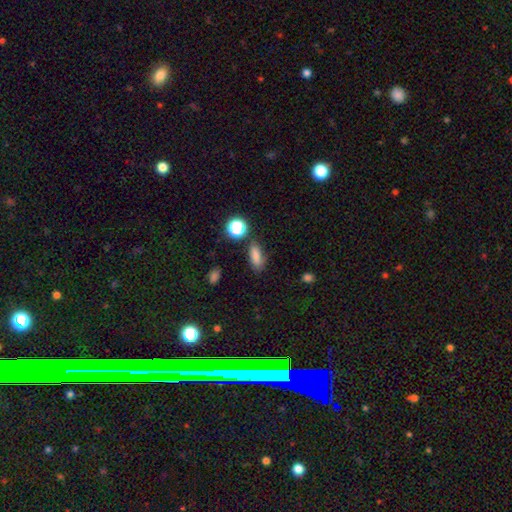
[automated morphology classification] A smooth galaxy with no disk features (81%) that is in between round and cigar-shaped (72%).

Vote fractions:
- Smooth or featured? smooth: 81% / star or artifact: 13% / featured or disk: 6%
- How rounded? in between: 72% / cigar-shaped: 20% / round: 9%
- Merging? none: 75% / minor disturbance: 15% / merger: 5% / major disturbance: 4%